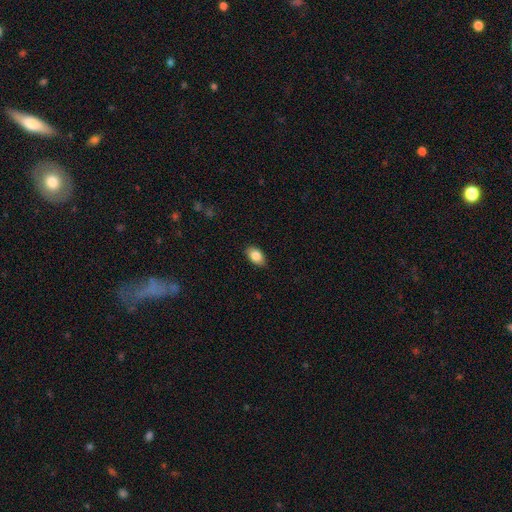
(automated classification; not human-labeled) smooth 85%, featured or disk 7%, star or artifact 7%. Down the decision tree: how rounded — in between (90%); merging — none (86%).